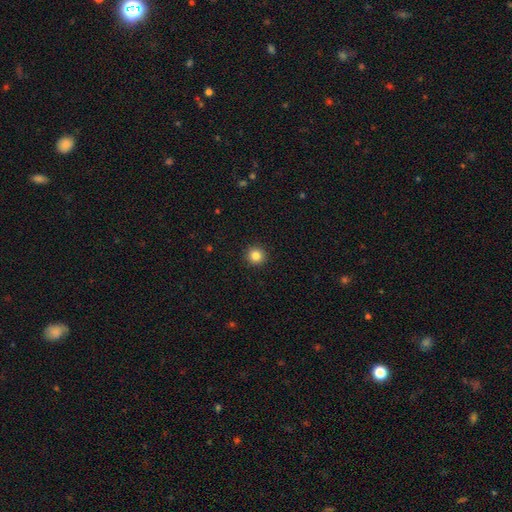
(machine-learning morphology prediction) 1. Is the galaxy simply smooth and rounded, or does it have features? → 84% smooth, 11% star or artifact, 5% featured or disk.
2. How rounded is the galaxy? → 95% round, 4% in between, 1% cigar-shaped.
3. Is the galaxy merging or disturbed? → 93% none, 4% minor disturbance, 1% major disturbance, 1% merger.